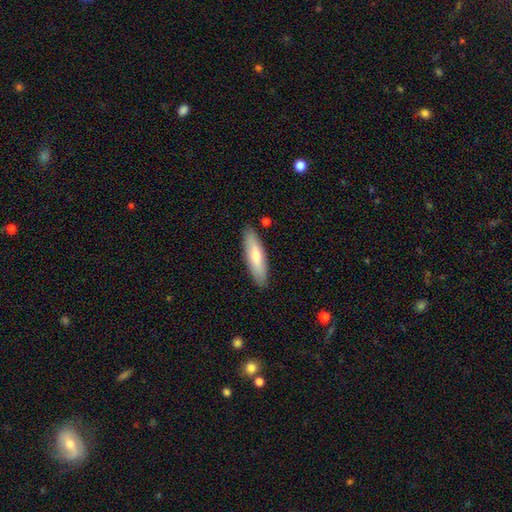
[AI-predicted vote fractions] This is likely a smooth galaxy (65%). How rounded: possibly cigar-shaped (59%). Merging: clearly none (87%).